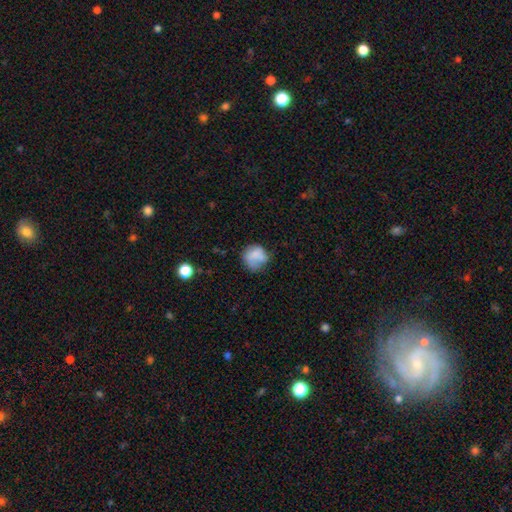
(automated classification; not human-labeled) Overall: smooth (72%). How rounded: round (75%). Merging: none (49%; minor disturbance 30%).